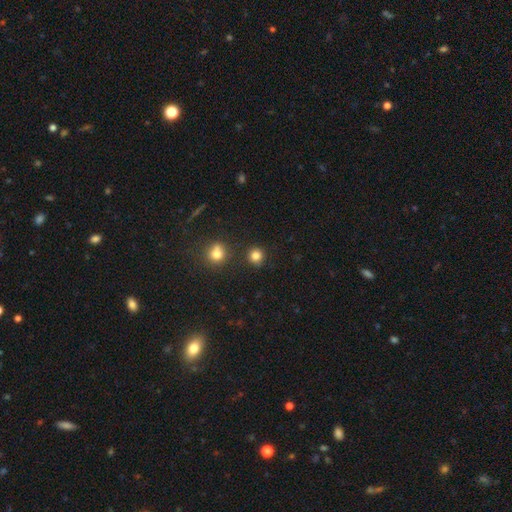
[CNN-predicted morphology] smooth_or_featured: smooth (p=0.83) [alt: star or artifact p=0.13]
how_rounded: round (p=0.91) [alt: in between p=0.08]
merging: none (p=0.85) [alt: minor disturbance p=0.08]